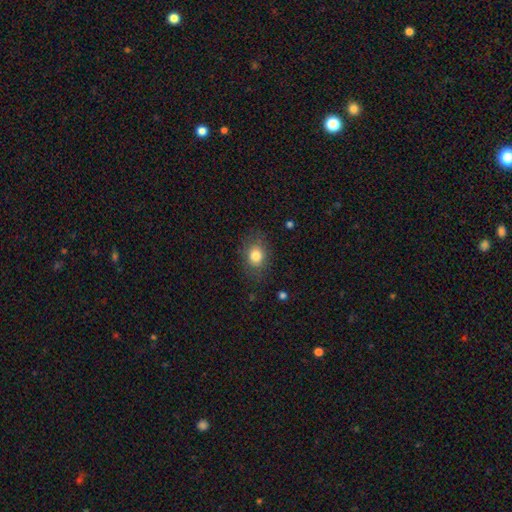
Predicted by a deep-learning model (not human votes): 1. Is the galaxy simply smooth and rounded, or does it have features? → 80% smooth, 10% star or artifact, 10% featured or disk.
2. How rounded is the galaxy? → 53% in between, 46% round, 1% cigar-shaped.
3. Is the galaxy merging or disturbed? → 80% none, 14% minor disturbance, 5% major disturbance, 1% merger.